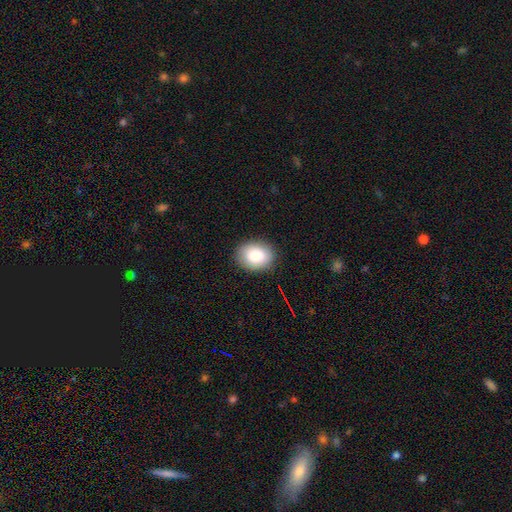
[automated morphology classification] This is clearly a smooth galaxy (86%). How rounded: likely in between (66%). Merging: clearly none (87%).